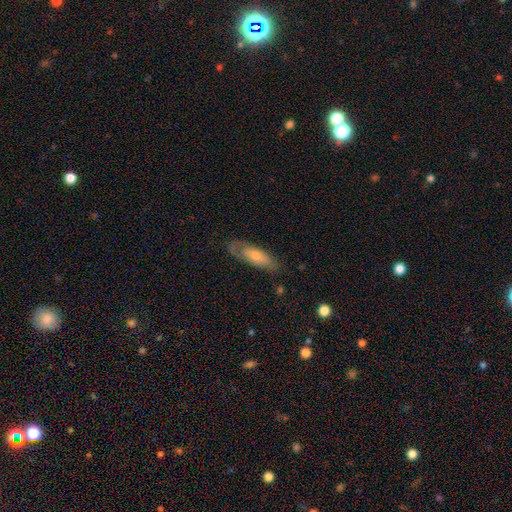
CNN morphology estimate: The model was most divided on "smooth or featured": smooth: 48%, featured or disk: 45%, star or artifact: 7%. More confident: merging — none (65%).